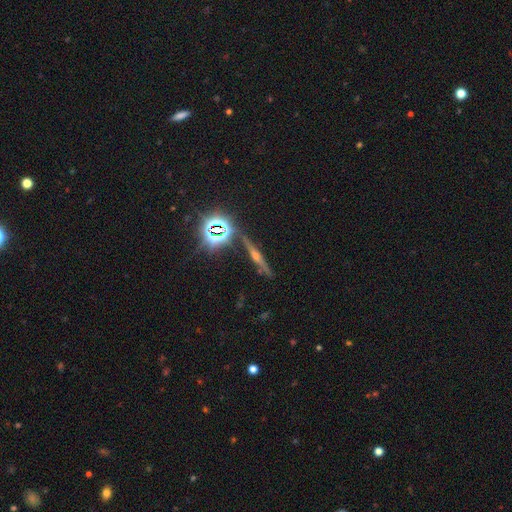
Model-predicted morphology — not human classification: Overall: featured or disk (55%; star or artifact 29%). Edge-on disk: yes (94%). Edge-on bulge: rounded (85%). Merging: none (85%).